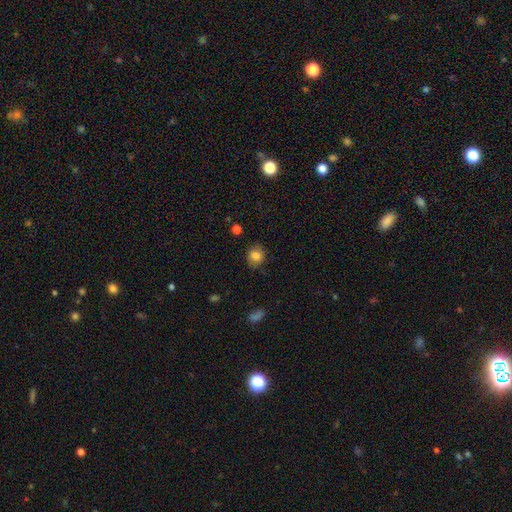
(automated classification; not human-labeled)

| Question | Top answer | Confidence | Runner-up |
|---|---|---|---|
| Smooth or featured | smooth | 82% | star or artifact (10%) |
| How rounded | round | 68% | in between (31%) |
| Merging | none | 81% | minor disturbance (14%) |